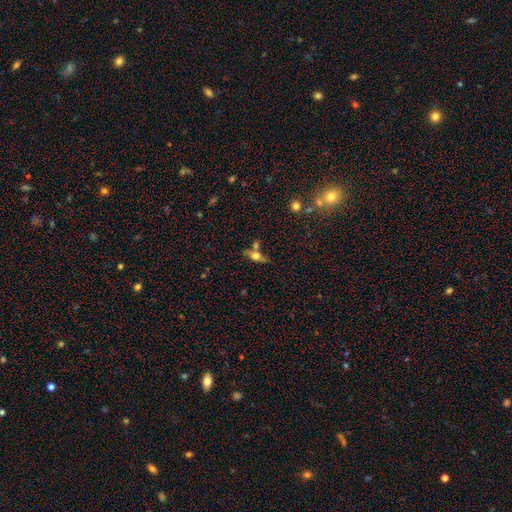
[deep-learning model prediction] A smooth galaxy with no disk features (45%).

Vote fractions:
- Smooth or featured? smooth: 45% / featured or disk: 44% / star or artifact: 11%
- Merging? none: 56% / merger: 24% / minor disturbance: 14% / major disturbance: 6%